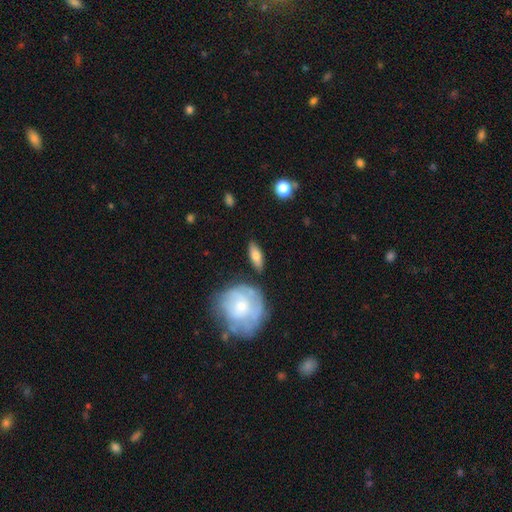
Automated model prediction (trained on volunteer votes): A smooth galaxy with no disk features (67%) that is in between round and cigar-shaped (64%).

Vote fractions:
- Smooth or featured? smooth: 67% / featured or disk: 27% / star or artifact: 6%
- How rounded? in between: 64% / cigar-shaped: 30% / round: 6%
- Merging? none: 81% / minor disturbance: 12% / merger: 4% / major disturbance: 3%